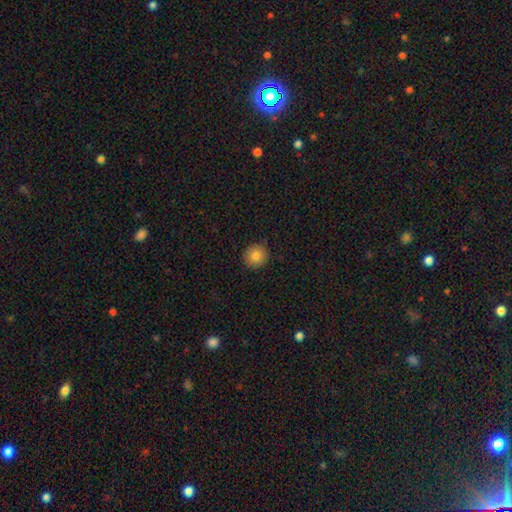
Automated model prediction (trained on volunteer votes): Smooth or featured? Predicted: smooth (p=0.84). How rounded? Predicted: round (p=0.89). Merging? Predicted: none (p=0.89).